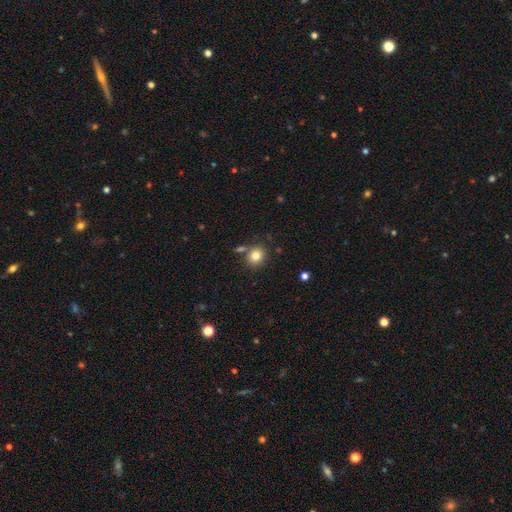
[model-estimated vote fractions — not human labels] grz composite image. It shows a smooth galaxy with no disk features (81%) that is round (77%). Merging: none (76%).